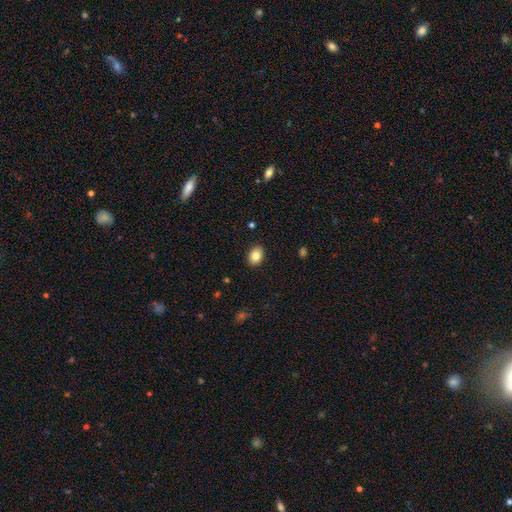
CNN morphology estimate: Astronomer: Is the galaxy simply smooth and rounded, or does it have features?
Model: smooth — 83%.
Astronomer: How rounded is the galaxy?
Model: in between — 76%.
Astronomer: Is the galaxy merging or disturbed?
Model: none — 89%.